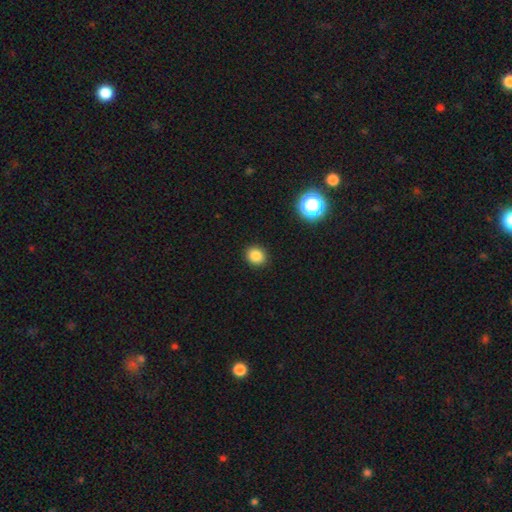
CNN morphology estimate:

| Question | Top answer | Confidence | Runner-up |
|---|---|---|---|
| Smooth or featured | smooth | 83% | star or artifact (12%) |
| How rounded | round | 76% | in between (23%) |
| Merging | none | 92% | minor disturbance (5%) |